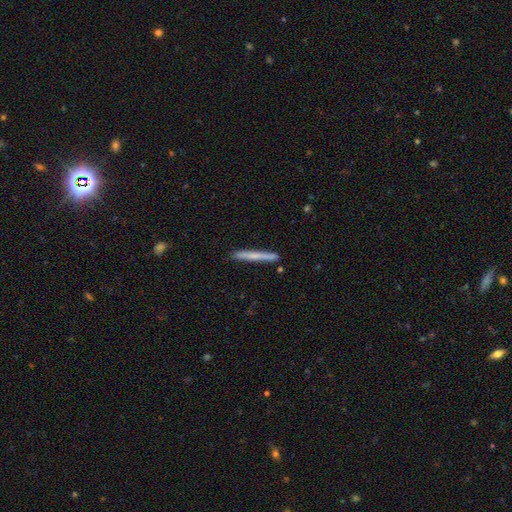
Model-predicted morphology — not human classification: smooth 59%, featured or disk 35%, star or artifact 6%. Down the decision tree: how rounded — cigar-shaped (97%); merging — none (89%).